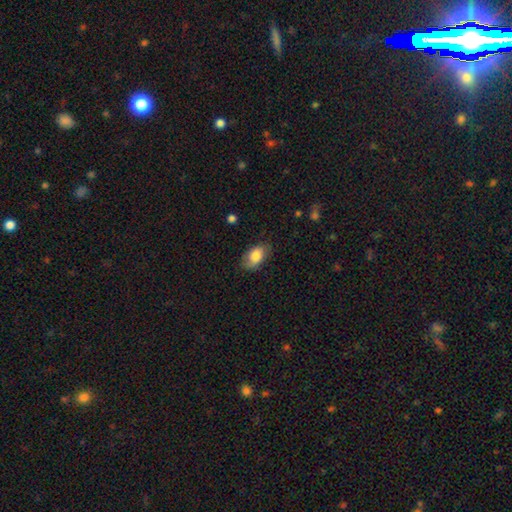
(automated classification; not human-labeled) This appears to be a smooth galaxy with no disk features (81%) that is in between round and cigar-shaped (91%). Merging: none (76%).